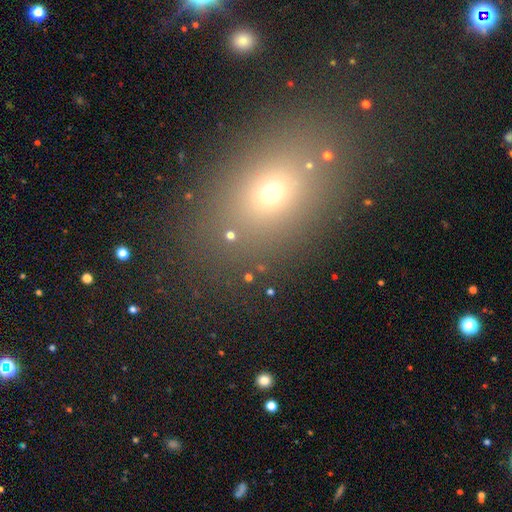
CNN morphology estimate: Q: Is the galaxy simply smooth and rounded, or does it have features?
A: smooth — 59%.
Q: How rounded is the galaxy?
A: in between — 62%.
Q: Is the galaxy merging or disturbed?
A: none — 82%.